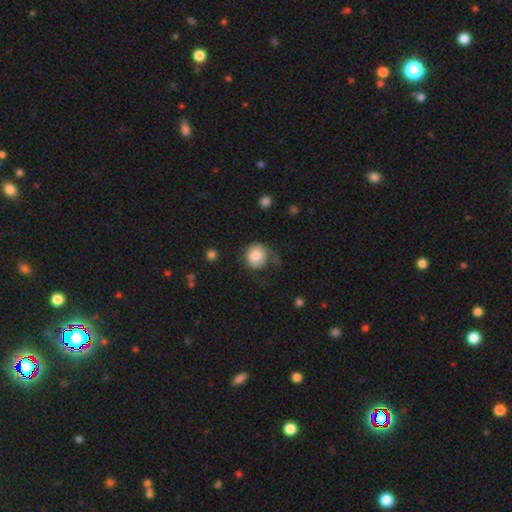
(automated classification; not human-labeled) Smooth or featured: smooth — 82% (featured or disk — 10%)
How rounded: round — 81% (in between — 18%)
Merging: none — 46% (major disturbance — 27%)